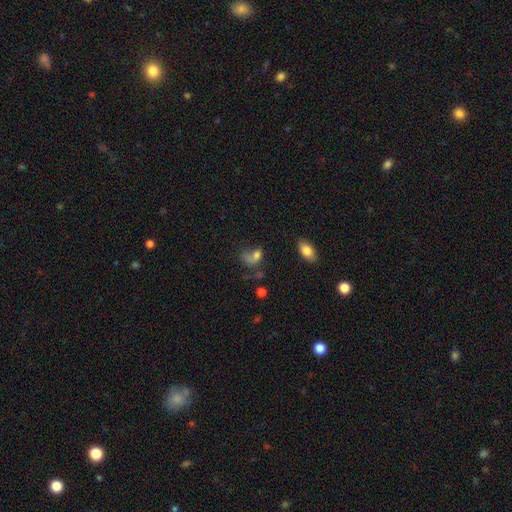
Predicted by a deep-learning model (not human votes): This appears to be a smooth galaxy with no disk features (69%) that is in between round and cigar-shaped (71%). Merging: major disturbance (34%).